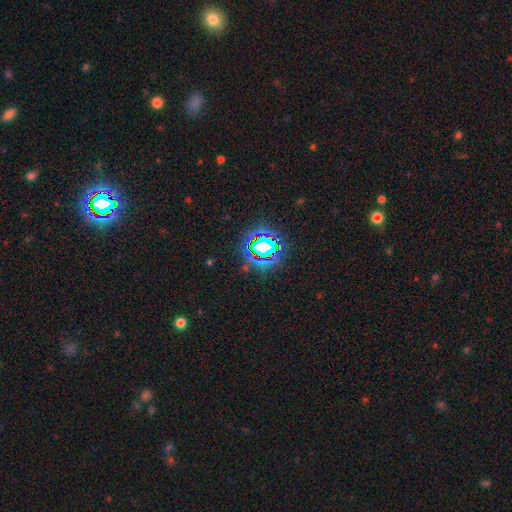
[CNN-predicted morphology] Smooth or featured: star or artifact — 81% (smooth — 12%)